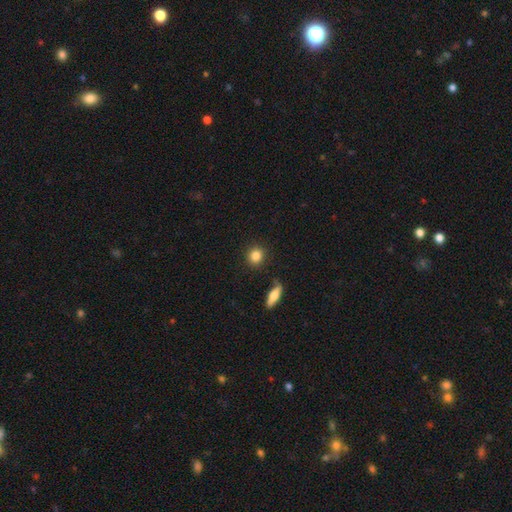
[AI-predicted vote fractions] This appears to be a smooth galaxy with no disk features (86%) that is round (84%). Merging: none (89%).